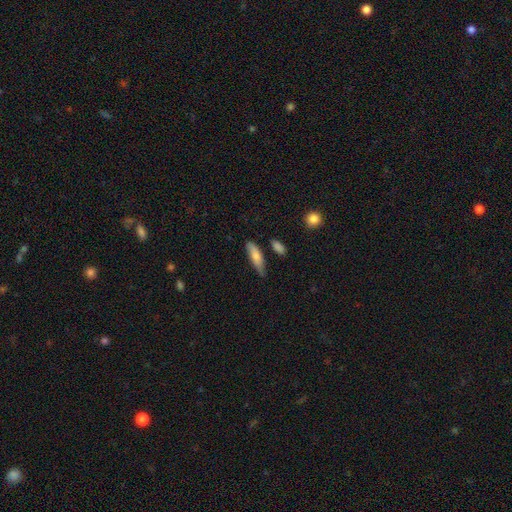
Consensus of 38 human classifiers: Smooth or featured?
  - smooth: 76% *
  - featured or disk: 18%
  - star or artifact: 5%
How rounded?
  - cigar-shaped: 62% *
  - in between: 34%
  - round: 3%
Merging?
  - none: 56% *
  - minor disturbance: 28%
  - major disturbance: 8%
  - merger: 8%